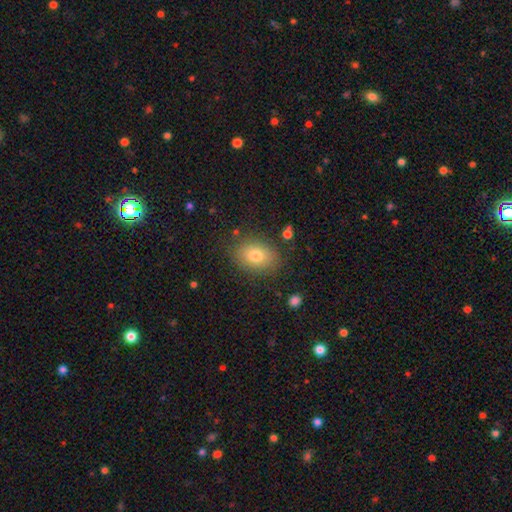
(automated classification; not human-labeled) smooth_or_featured: smooth (p=0.78) [alt: featured or disk p=0.12]
how_rounded: in between (p=0.71) [alt: round p=0.28]
merging: none (p=0.83) [alt: minor disturbance p=0.12]